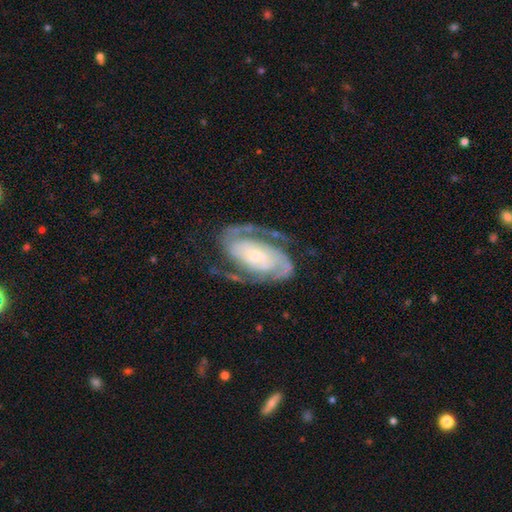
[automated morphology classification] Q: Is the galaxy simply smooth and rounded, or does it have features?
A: featured or disk — 89%.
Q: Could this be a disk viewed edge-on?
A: no — 96%.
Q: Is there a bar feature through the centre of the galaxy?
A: no — 58%.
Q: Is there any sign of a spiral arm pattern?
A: yes — 97%.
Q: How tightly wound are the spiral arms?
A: tight — 49%.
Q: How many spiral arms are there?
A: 2 — 89%.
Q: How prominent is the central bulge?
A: small — 70%.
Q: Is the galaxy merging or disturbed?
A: none — 71%.